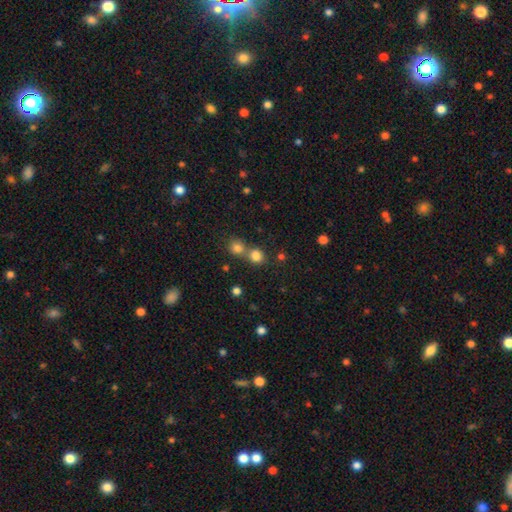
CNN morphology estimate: type=smooth (80%); roundness=round (78%); merging=none (51%).